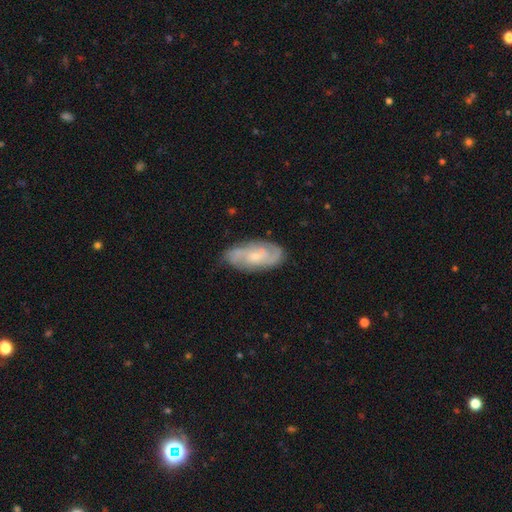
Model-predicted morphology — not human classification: featured or disk 71%, smooth 23%, star or artifact 6%. Down the decision tree: edge-on disk — no (93%); bar — no (65%); spiral arms — yes (90%); spiral arm count — 2 (41%); spiral winding — tight (45%); bulge size — small (61%); merging — none (75%).